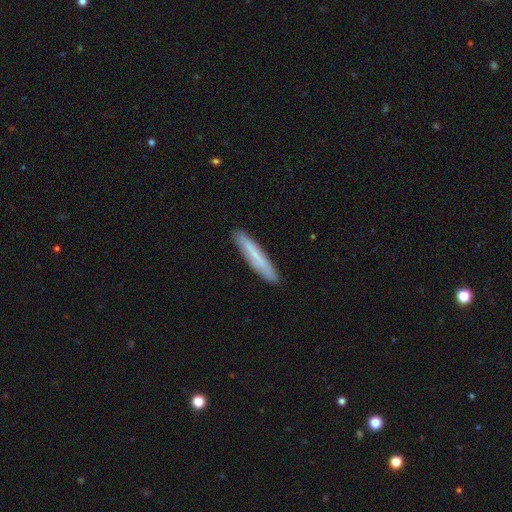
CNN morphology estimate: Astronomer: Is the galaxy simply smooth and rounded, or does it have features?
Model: smooth — 69%.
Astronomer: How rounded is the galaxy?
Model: cigar-shaped — 93%.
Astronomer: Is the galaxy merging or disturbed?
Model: none — 89%.